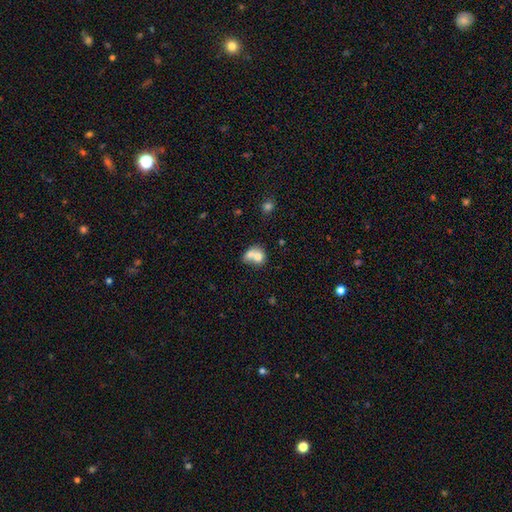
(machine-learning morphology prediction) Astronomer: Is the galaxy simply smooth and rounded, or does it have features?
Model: smooth — 69%.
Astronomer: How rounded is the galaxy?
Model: round — 62% (runner-up: in between, 37%).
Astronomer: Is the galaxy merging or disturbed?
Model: merger — 70%.